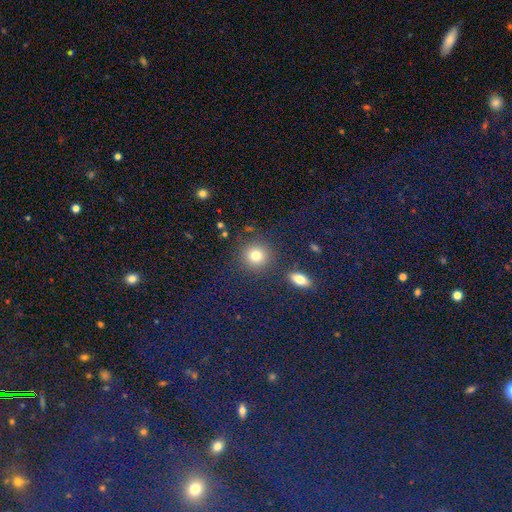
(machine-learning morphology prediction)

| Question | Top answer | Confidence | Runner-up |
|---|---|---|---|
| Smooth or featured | smooth | 78% | star or artifact (14%) |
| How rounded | round | 90% | in between (9%) |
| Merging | none | 84% | minor disturbance (8%) |